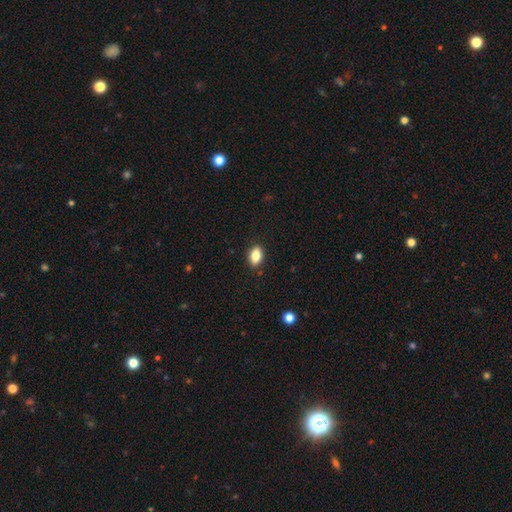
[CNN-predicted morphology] A smooth galaxy with no disk features (84%) that is in between round and cigar-shaped (86%). Merging: none (89%).